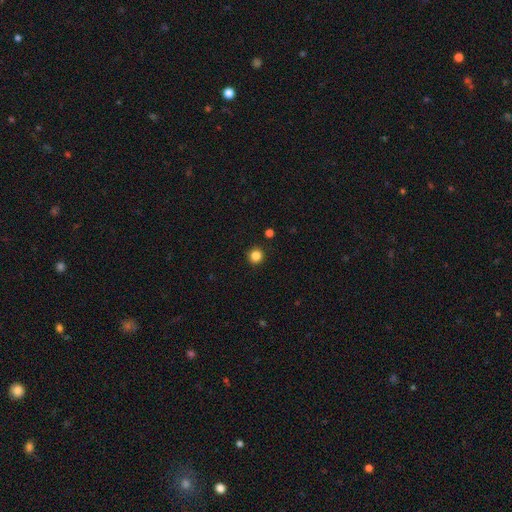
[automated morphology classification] smooth 84%, star or artifact 12%, featured or disk 4%. Down the decision tree: how rounded — round (95%); merging — none (93%).